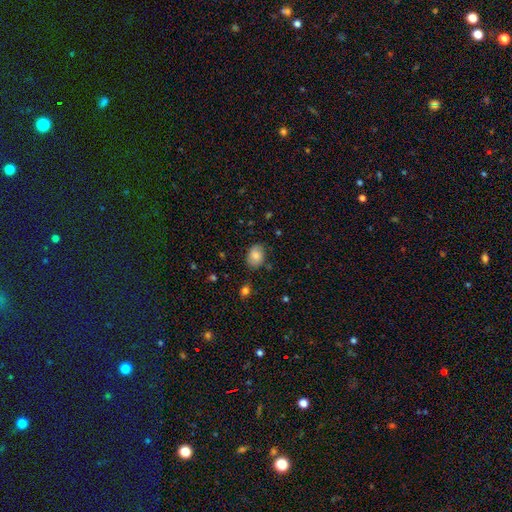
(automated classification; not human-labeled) This is likely a smooth galaxy (79%). How rounded: likely in between (67%). Merging: likely none (72%).